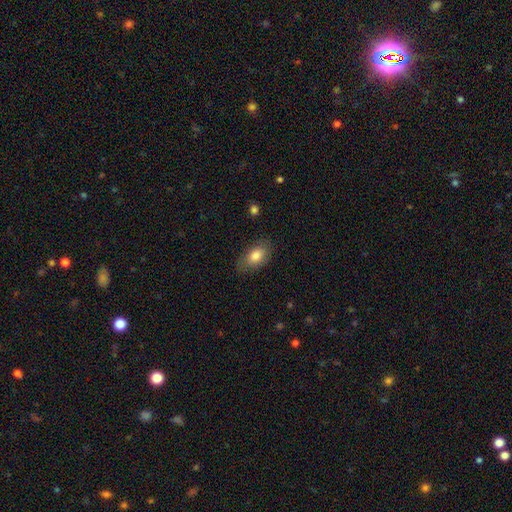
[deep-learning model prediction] A smooth galaxy with no disk features (80%) that is in between round and cigar-shaped (91%). Merging: none (78%).